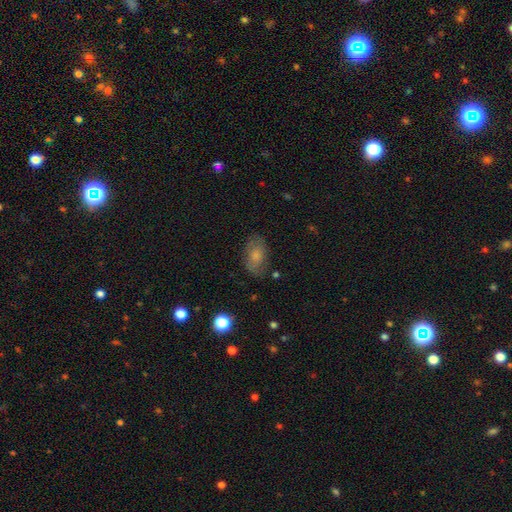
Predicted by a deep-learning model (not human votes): Morphology: type=smooth (68%); roundness=in between (90%); merging=none (73%).